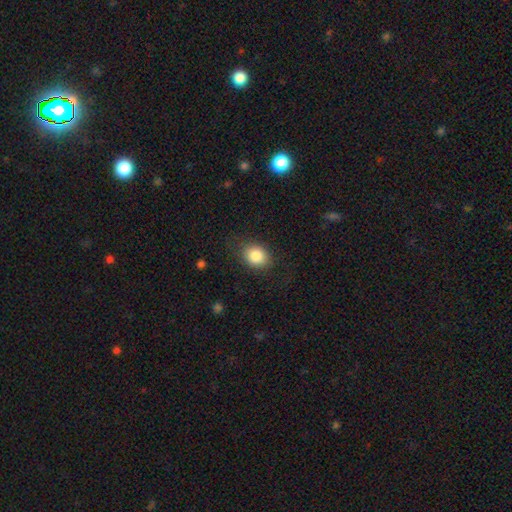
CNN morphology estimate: The model was most divided on "how rounded": in between: 54%, round: 45%, cigar-shaped: 1%. More confident: smooth or featured — smooth (83%); merging — none (81%).